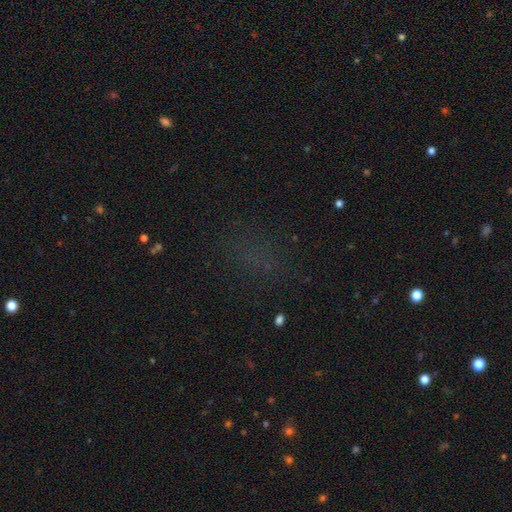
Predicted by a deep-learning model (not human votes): This appears to be a star or artifact, not a galaxy (49%).